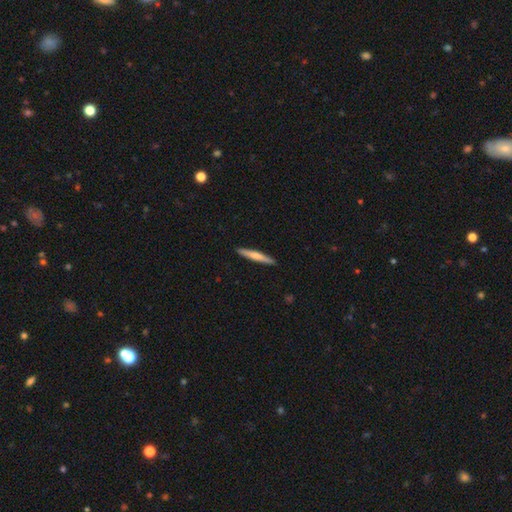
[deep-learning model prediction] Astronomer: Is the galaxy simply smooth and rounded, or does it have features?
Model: smooth — 57% (runner-up: featured or disk, 38%).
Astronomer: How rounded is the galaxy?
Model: cigar-shaped — 94%.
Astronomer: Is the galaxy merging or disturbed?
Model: none — 91%.